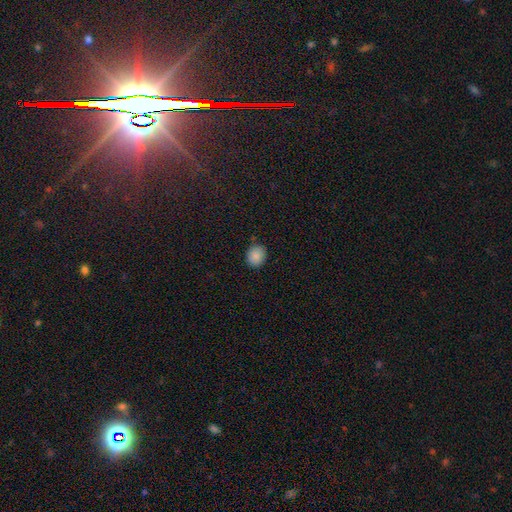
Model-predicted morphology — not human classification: This is clearly a smooth galaxy (88%). How rounded: possibly round (55%). Merging: clearly none (84%).